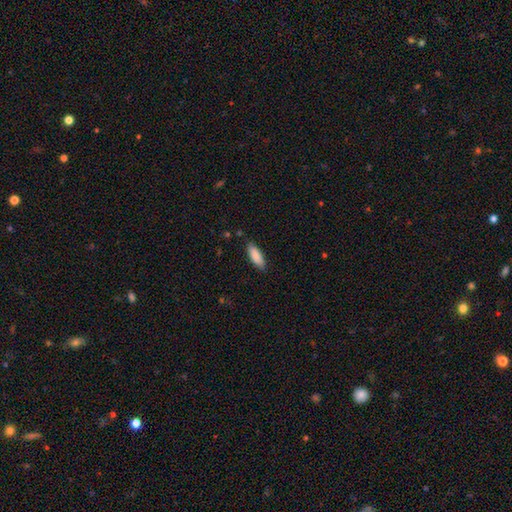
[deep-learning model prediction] Smooth or featured? Predicted: smooth (p=0.87). How rounded? Predicted: in between (p=0.63). Merging? Predicted: none (p=0.85).